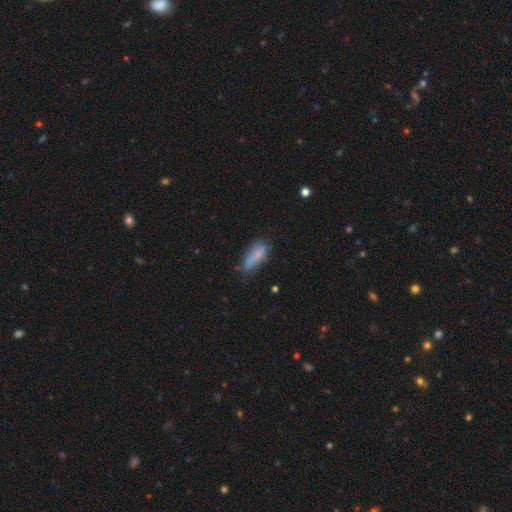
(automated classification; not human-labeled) This is likely a smooth galaxy (77%). How rounded: possibly in between (56%). Merging: possibly none (57%).